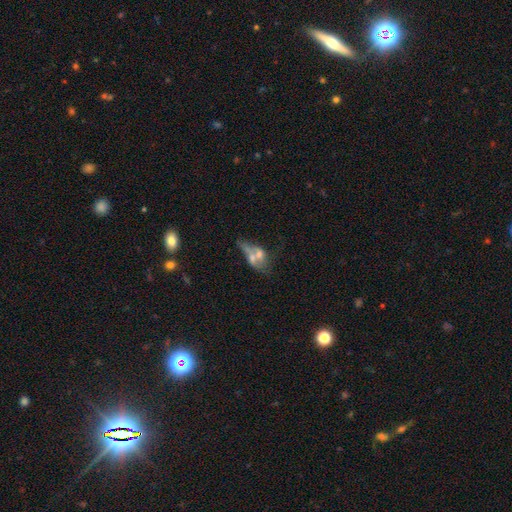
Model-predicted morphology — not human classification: Overall: featured or disk (45%; smooth 44%). Merging: merger (58%).